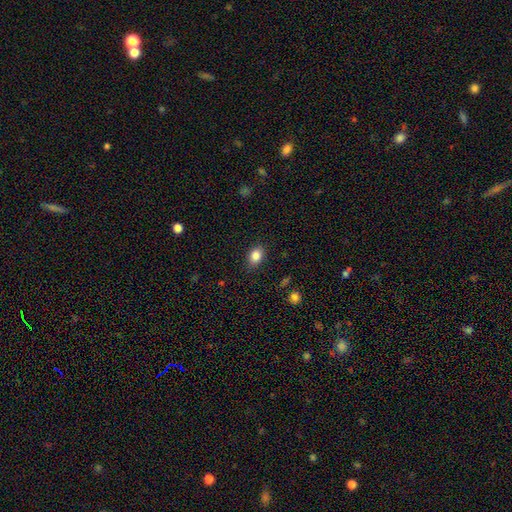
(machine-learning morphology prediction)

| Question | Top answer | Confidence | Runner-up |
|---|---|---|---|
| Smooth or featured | smooth | 84% | star or artifact (9%) |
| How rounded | in between | 74% | round (24%) |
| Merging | none | 85% | minor disturbance (11%) |